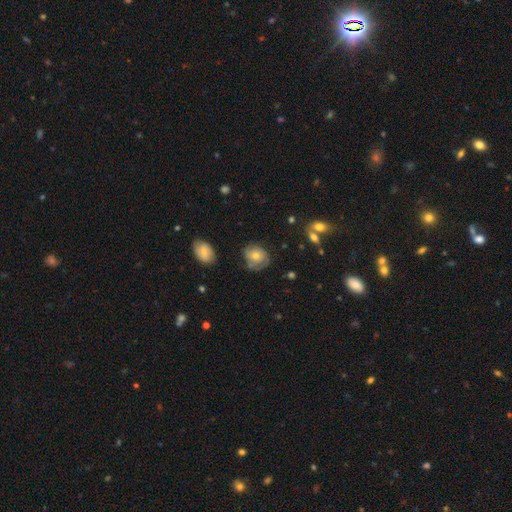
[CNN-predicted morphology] type=smooth (48%); merging=none (57%).